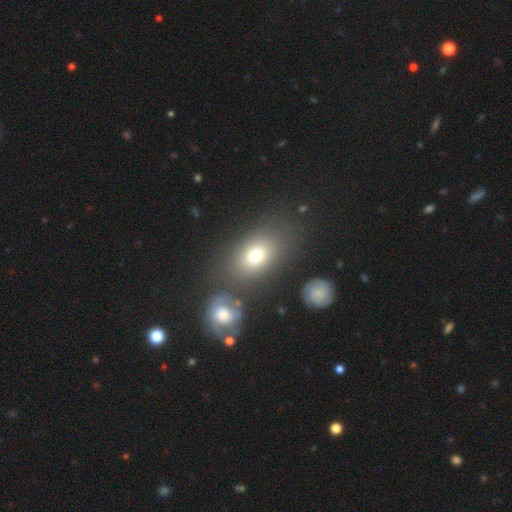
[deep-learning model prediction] Overall: smooth (72%). How rounded: in between (73%). Merging: none (69%).